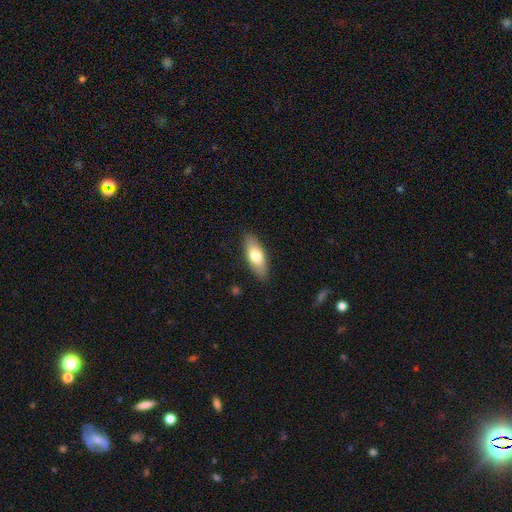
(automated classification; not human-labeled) Smooth or featured?
  - smooth: 74% *
  - featured or disk: 21%
  - star or artifact: 6%
How rounded?
  - in between: 76% *
  - cigar-shaped: 22%
  - round: 2%
Merging?
  - none: 87% *
  - minor disturbance: 10%
  - major disturbance: 2%
  - merger: 1%